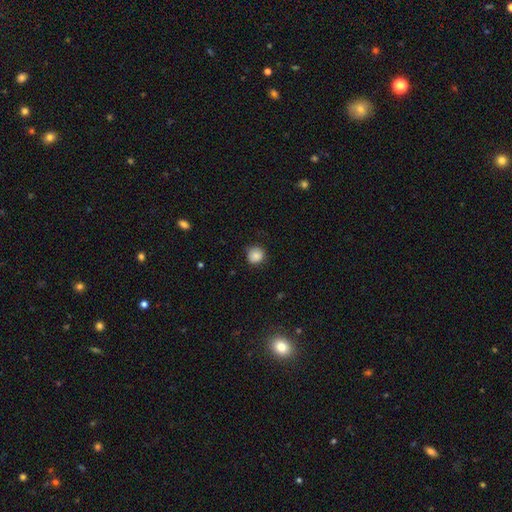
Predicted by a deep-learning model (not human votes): Smooth or featured?
  - smooth: 85% *
  - star or artifact: 9%
  - featured or disk: 6%
How rounded?
  - round: 90% *
  - in between: 9%
  - cigar-shaped: 1%
Merging?
  - none: 81% *
  - minor disturbance: 15%
  - major disturbance: 3%
  - merger: 1%